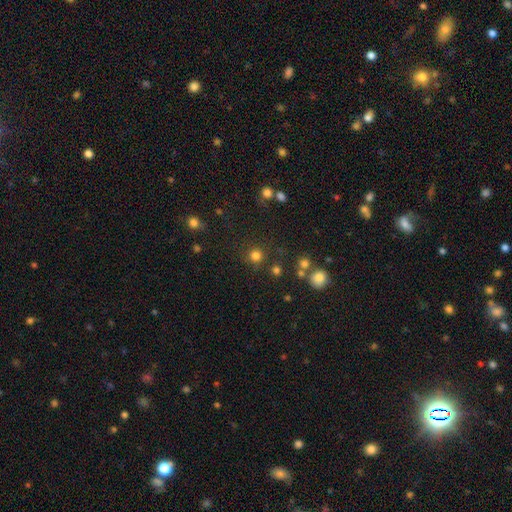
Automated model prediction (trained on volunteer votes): Overall: smooth (79%). How rounded: round (94%). Merging: none (85%).